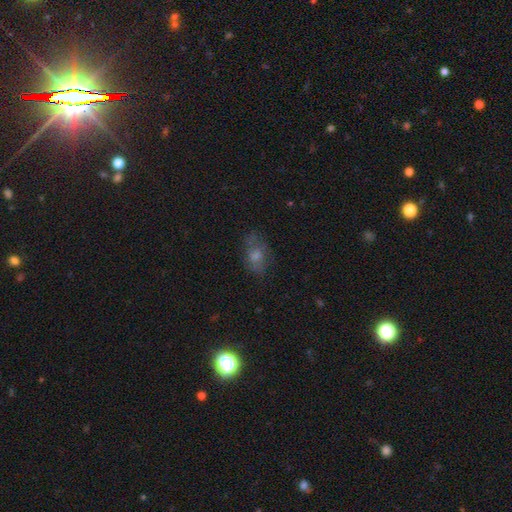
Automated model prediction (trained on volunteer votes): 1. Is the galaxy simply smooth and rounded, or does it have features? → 48% smooth, 31% featured or disk, 22% star or artifact.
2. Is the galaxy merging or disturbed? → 72% none, 19% minor disturbance, 7% major disturbance, 2% merger.